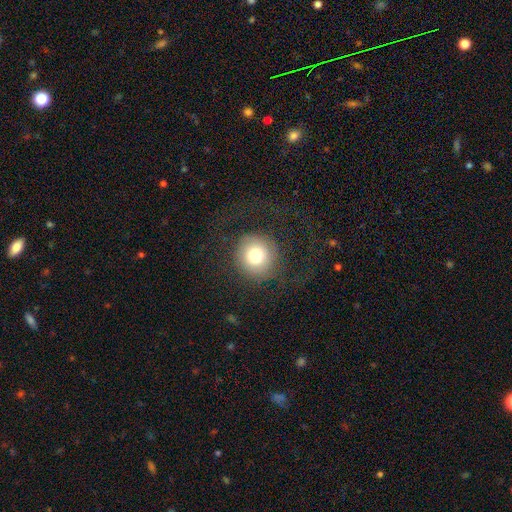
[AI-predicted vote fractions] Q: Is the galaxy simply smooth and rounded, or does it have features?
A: smooth — 73%.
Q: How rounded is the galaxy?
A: round — 93%.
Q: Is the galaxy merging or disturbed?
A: none — 77%.